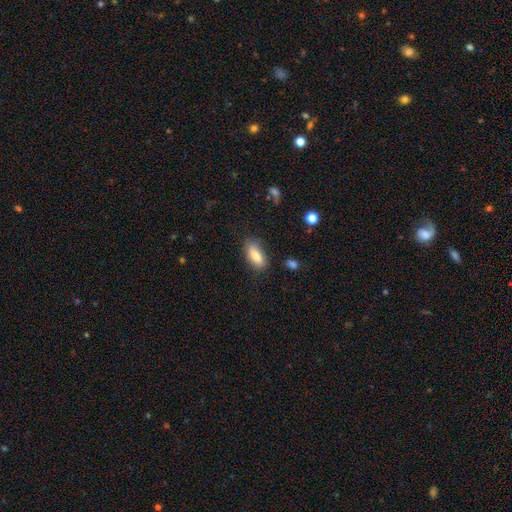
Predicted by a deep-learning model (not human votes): Smooth or featured? Predicted: smooth (p=0.78). How rounded? Predicted: in between (p=0.79). Merging? Predicted: none (p=0.76).